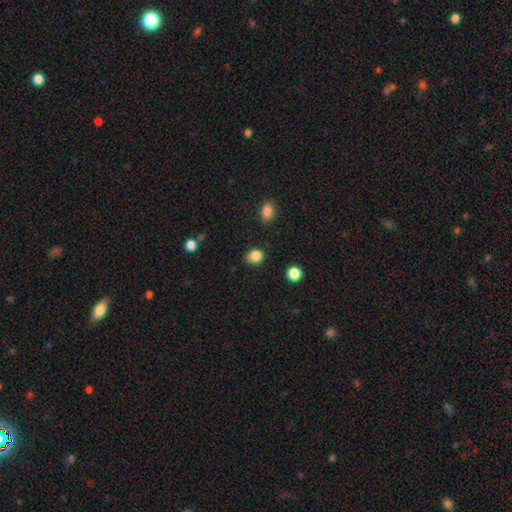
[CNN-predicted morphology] The model was most divided on "how rounded": round: 59%, in between: 40%, cigar-shaped: 1%. More confident: smooth or featured — smooth (86%); merging — none (84%).